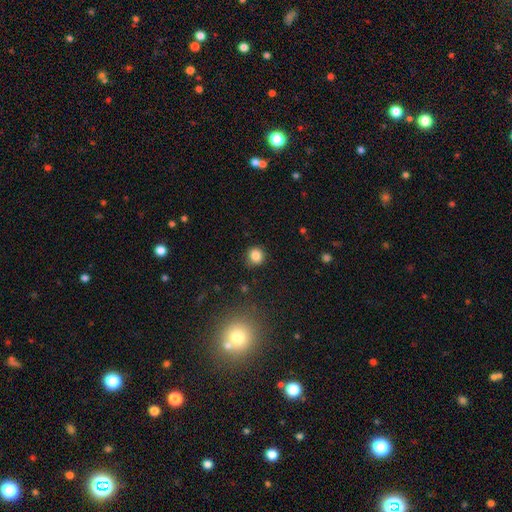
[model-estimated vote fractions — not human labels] Smooth or featured? Predicted: smooth (p=0.84). How rounded? Predicted: round (p=0.88). Merging? Predicted: none (p=0.85).